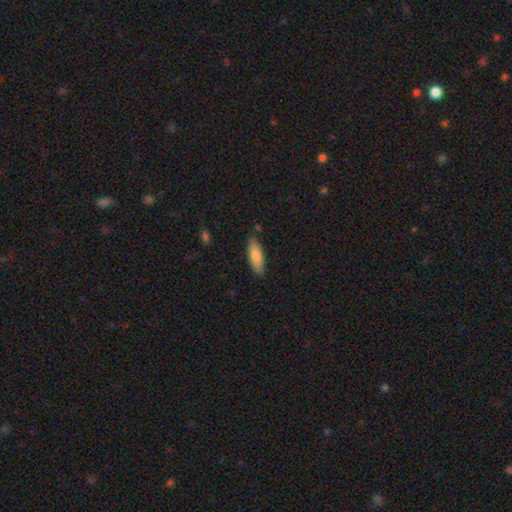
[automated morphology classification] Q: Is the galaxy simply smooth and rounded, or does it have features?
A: smooth — 84%.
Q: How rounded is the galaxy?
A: in between — 59%.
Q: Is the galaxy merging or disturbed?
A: none — 83%.